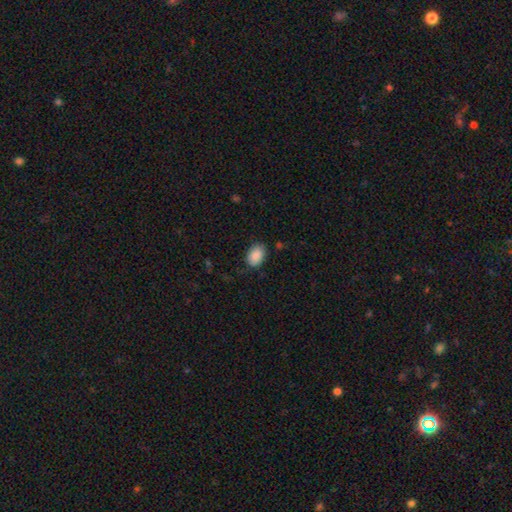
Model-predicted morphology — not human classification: A smooth galaxy with no disk features (88%) that is in between round and cigar-shaped (84%). Merging: none (80%).